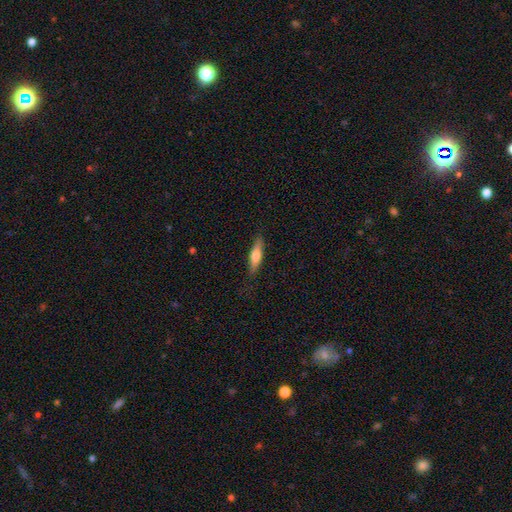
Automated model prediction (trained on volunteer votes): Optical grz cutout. It shows a smooth galaxy with no disk features (64%) that is cigar-shaped (70%). Merging: none (83%).